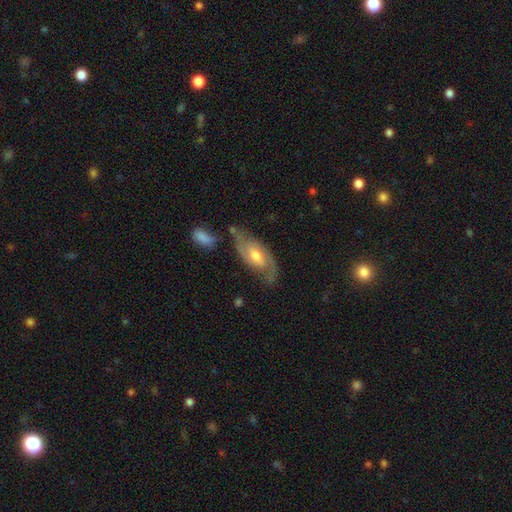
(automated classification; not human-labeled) featured or disk 78%, smooth 15%, star or artifact 6%. Down the decision tree: edge-on disk — no (92%); bar — no (47%); spiral arms — yes (92%); spiral arm count — 2 (85%); spiral winding — medium (47%); bulge size — moderate (67%); merging — none (69%).